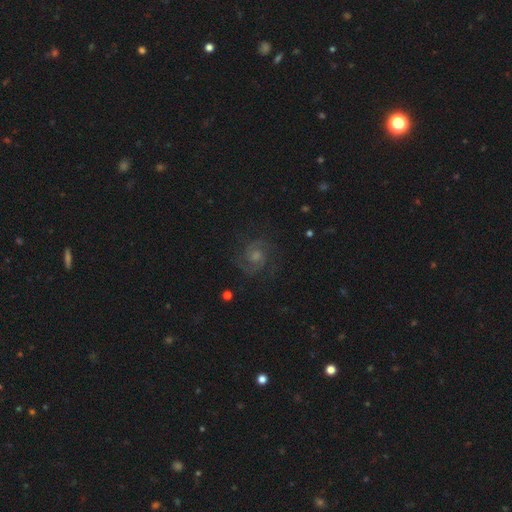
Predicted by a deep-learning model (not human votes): Smooth or featured? Predicted: featured or disk (p=0.79). Edge-on disk? Predicted: no (p=0.98). Bar? Predicted: no (p=0.58). Spiral arms? Predicted: yes (p=0.97). Spiral winding? Predicted: medium (p=0.53). Spiral arm count? Predicted: 2 (p=0.85). Bulge size? Predicted: moderate (p=0.46). Merging? Predicted: none (p=0.79).